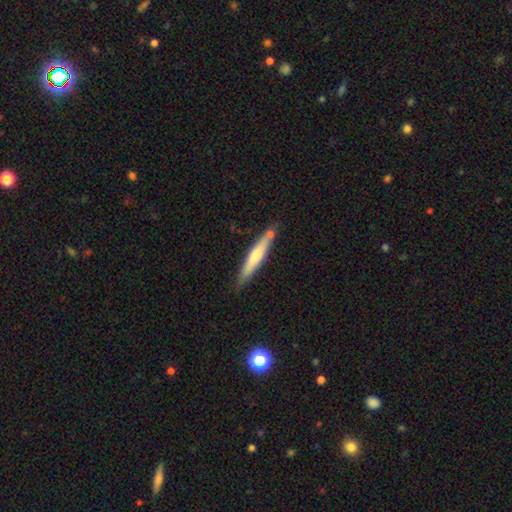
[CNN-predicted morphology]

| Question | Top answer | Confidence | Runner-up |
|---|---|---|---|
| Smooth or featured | smooth | 58% | featured or disk (37%) |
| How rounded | cigar-shaped | 93% | in between (6%) |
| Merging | none | 76% | minor disturbance (14%) |